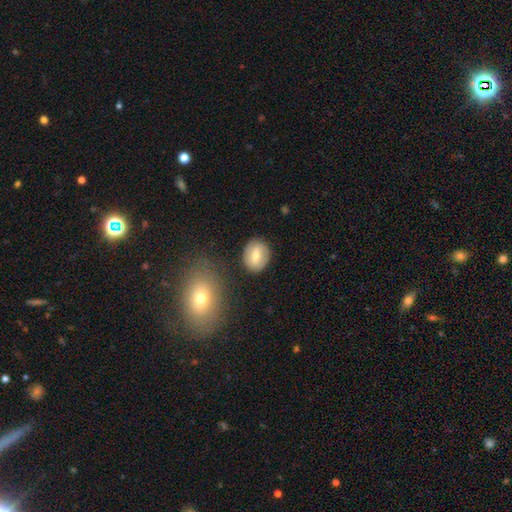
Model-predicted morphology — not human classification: smooth-or-featured: smooth: 63% | featured or disk: 30% | star or artifact: 7%
  how-rounded: round: 54% | in between: 44% | cigar-shaped: 1%
  merging: none: 82% | minor disturbance: 12% | major disturbance: 3% | merger: 3%